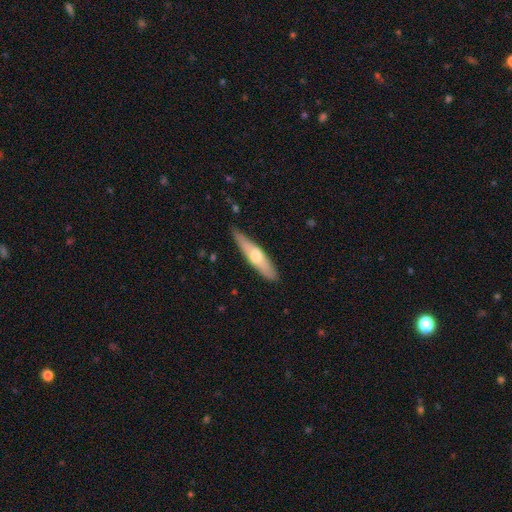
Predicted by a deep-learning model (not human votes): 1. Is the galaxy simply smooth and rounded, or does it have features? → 49% smooth, 46% featured or disk, 5% star or artifact.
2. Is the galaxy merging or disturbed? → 80% none, 16% minor disturbance, 2% major disturbance, 1% merger.